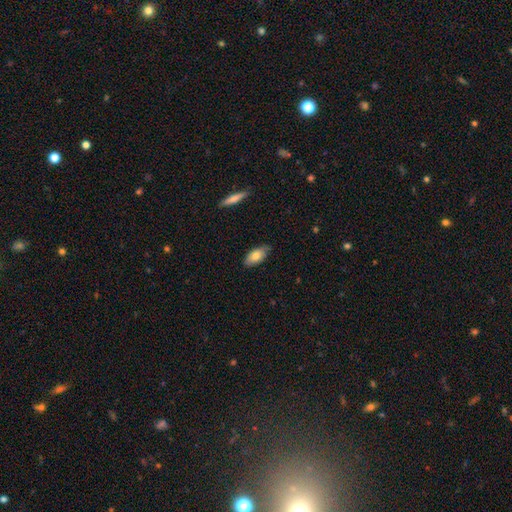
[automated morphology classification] type=smooth (75%); roundness=in between (90%); merging=none (76%).